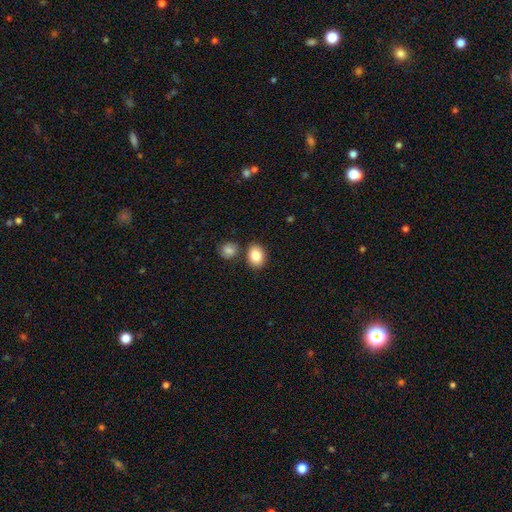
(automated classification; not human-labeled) Smooth or featured? Predicted: smooth (p=0.84). How rounded? Predicted: in between (p=0.64). Merging? Predicted: none (p=0.78).